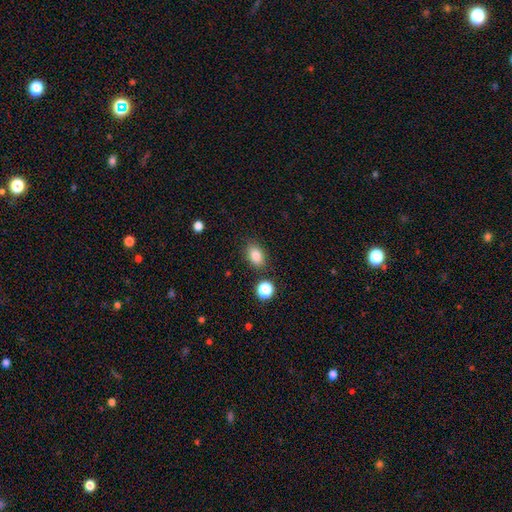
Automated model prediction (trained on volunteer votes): A smooth galaxy with no disk features (83%) that is in between round and cigar-shaped (81%). Merging: none (83%).